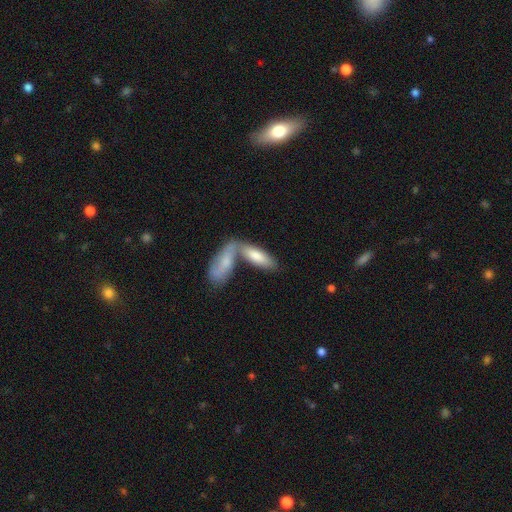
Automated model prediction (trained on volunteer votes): Smooth or featured?
  - smooth: 70% *
  - featured or disk: 23%
  - star or artifact: 7%
How rounded?
  - in between: 60% *
  - cigar-shaped: 38%
  - round: 2%
Merging?
  - merger: 56% *
  - none: 32%
  - minor disturbance: 8%
  - major disturbance: 4%